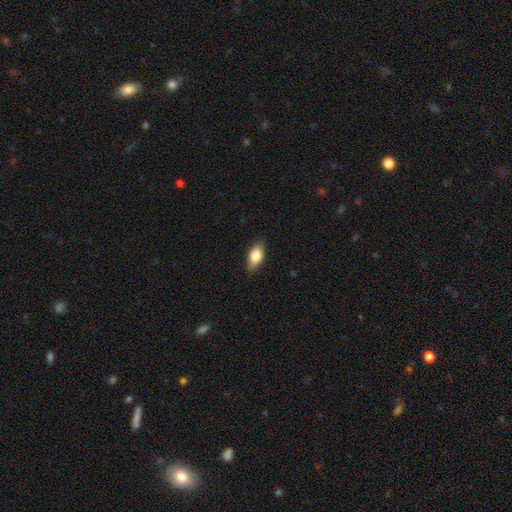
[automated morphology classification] Overall: smooth (75%). How rounded: in between (86%). Merging: none (85%).